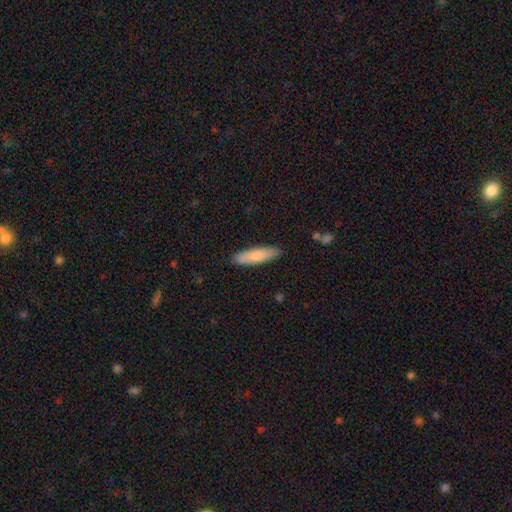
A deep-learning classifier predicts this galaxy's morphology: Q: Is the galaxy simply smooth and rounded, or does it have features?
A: smooth — 76%.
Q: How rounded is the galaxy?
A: cigar-shaped — 67%.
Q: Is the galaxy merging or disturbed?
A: none — 87%.